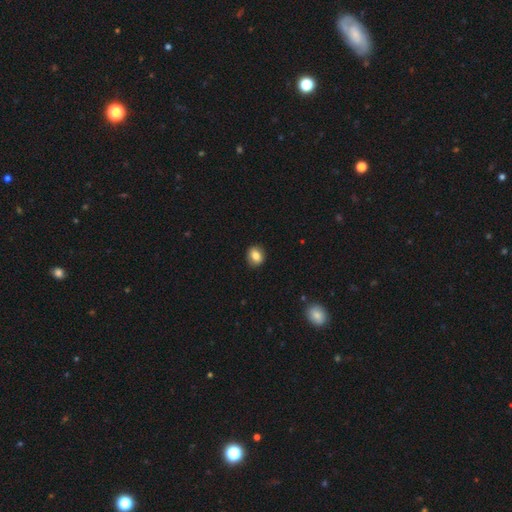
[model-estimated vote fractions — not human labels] Overall: smooth (80%). How rounded: round (61%; in between 38%). Merging: none (89%).